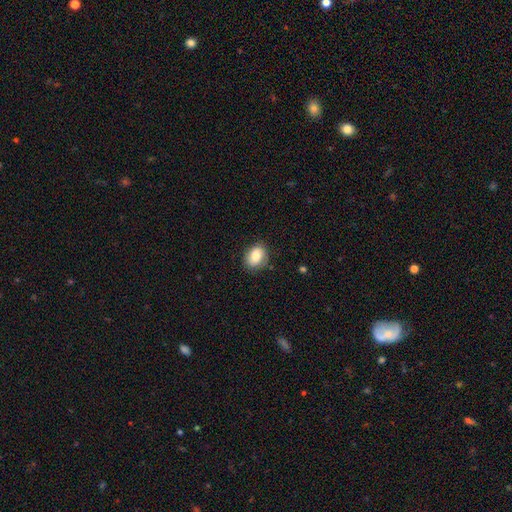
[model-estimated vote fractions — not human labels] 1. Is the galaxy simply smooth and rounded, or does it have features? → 80% smooth, 12% featured or disk, 8% star or artifact.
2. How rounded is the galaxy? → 65% in between, 34% round, 1% cigar-shaped.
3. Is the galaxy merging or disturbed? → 80% none, 16% minor disturbance, 3% major disturbance, 1% merger.